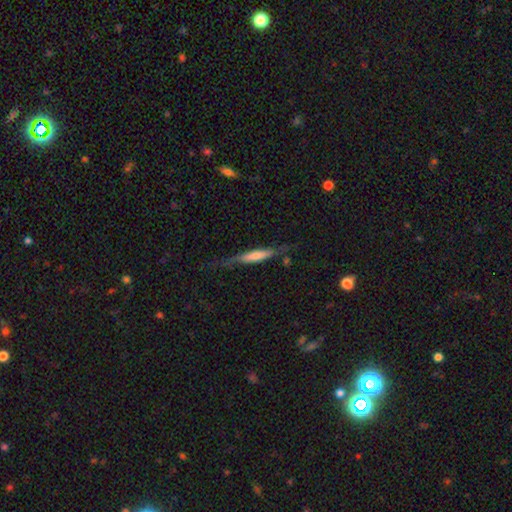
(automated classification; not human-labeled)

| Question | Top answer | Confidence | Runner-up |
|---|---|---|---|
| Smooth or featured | smooth | 49% | featured or disk (45%) |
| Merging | none | 62% | minor disturbance (24%) |